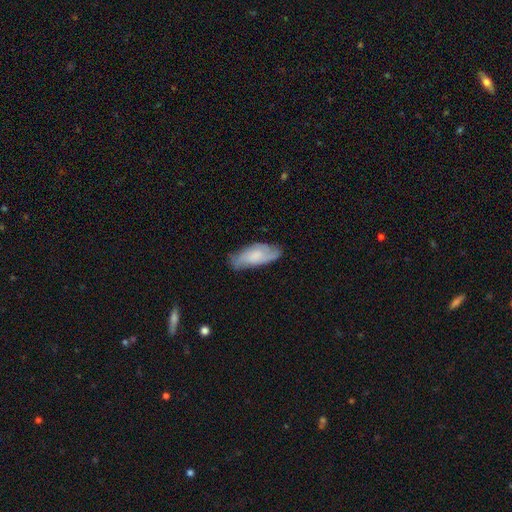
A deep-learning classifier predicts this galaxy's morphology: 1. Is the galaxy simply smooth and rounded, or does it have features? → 49% smooth, 44% featured or disk, 7% star or artifact.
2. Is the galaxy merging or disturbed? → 69% none, 24% minor disturbance, 6% major disturbance, 1% merger.